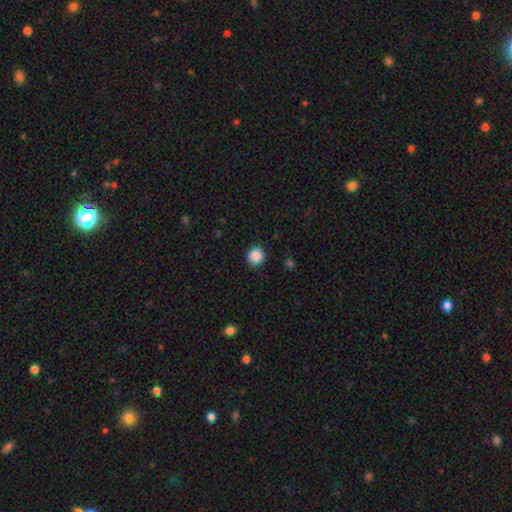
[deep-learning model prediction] A smooth galaxy with no disk features (88%) that is round (92%).

Vote fractions:
- Smooth or featured? smooth: 88% / star or artifact: 9% / featured or disk: 3%
- How rounded? round: 92% / in between: 7% / cigar-shaped: 1%
- Merging? none: 90% / minor disturbance: 7% / major disturbance: 2% / merger: 1%